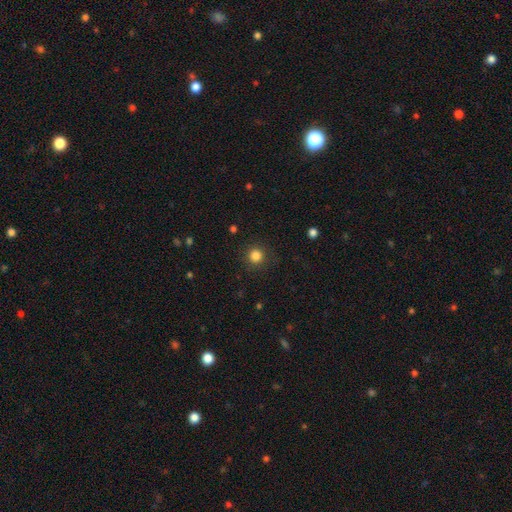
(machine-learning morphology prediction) Smooth or featured? smooth (84%)
How rounded? round (94%)
Merging? none (89%)